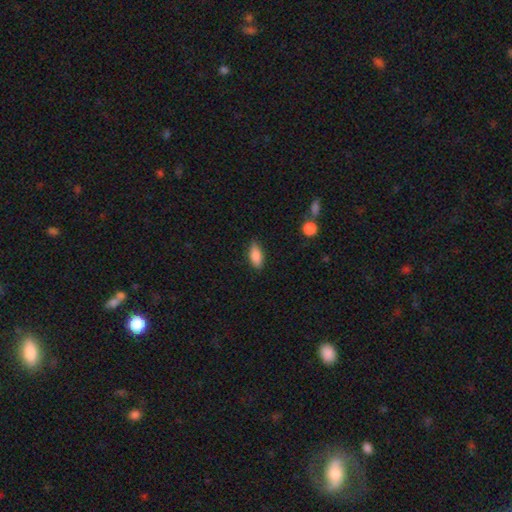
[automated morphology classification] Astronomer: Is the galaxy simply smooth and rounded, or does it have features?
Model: smooth — 83%.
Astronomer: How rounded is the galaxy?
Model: in between — 82%.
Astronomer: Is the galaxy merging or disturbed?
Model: none — 80%.